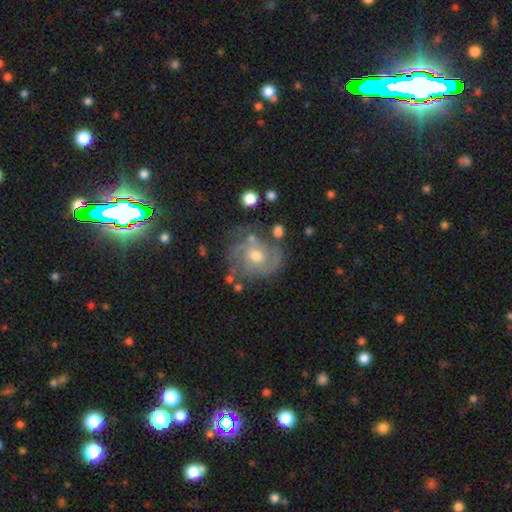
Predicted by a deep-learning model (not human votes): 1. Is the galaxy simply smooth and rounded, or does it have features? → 79% featured or disk, 12% smooth, 9% star or artifact.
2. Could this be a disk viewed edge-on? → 97% no, 3% yes.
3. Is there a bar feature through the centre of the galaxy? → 64% no, 30% weak, 6% strong.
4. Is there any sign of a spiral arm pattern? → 91% yes, 9% no.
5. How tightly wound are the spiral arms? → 48% tight, 41% medium, 12% loose.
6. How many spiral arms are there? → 45% 2, 24% can't tell, 17% 3, 5% 1, 5% 4, 4% more than 4.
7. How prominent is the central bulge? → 71% moderate, 23% small, 4% large, 1% none, 1% dominant.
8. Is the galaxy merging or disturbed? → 66% none, 19% minor disturbance, 10% major disturbance, 5% merger.